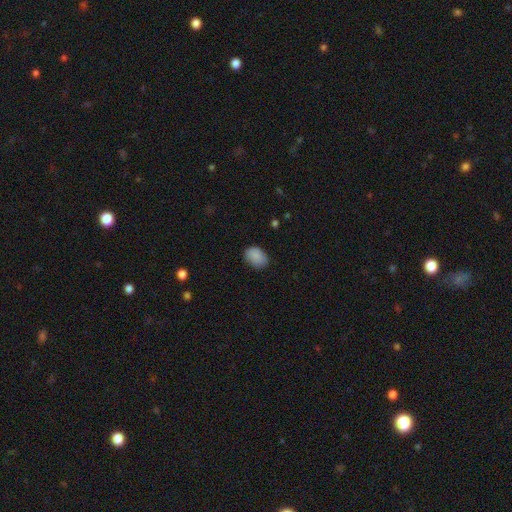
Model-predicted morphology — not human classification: This appears to be a smooth galaxy with no disk features (88%) that is in between round and cigar-shaped (75%). Merging: none (78%).